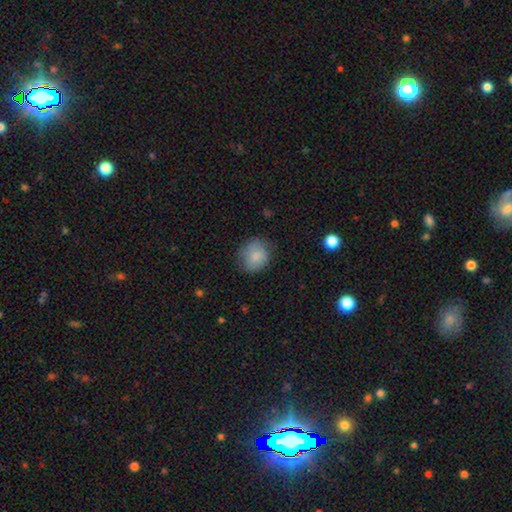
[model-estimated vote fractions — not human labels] A smooth galaxy with no disk features (81%) that is round (76%).

Vote fractions:
- Smooth or featured? smooth: 81% / featured or disk: 11% / star or artifact: 7%
- How rounded? round: 76% / in between: 24% / cigar-shaped: 1%
- Merging? none: 70% / minor disturbance: 23% / major disturbance: 6% / merger: 1%